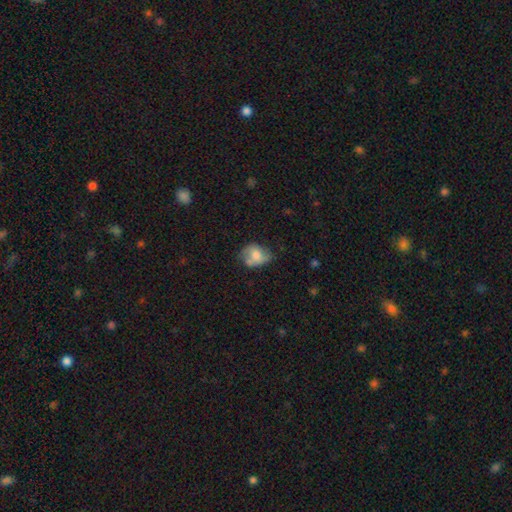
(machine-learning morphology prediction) Overall: smooth (55%; featured or disk 37%). How rounded: in between (55%; round 44%). Merging: none (44%; minor disturbance 30%).